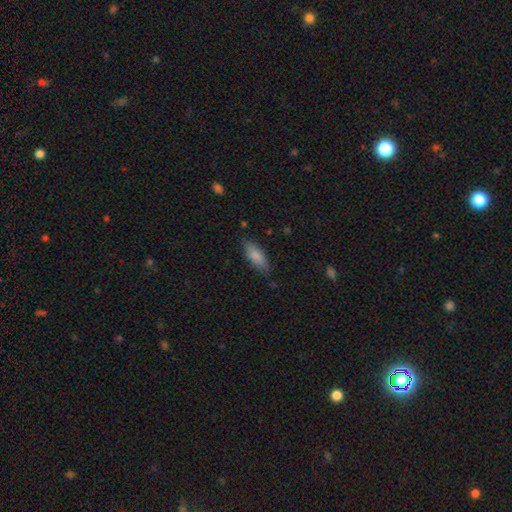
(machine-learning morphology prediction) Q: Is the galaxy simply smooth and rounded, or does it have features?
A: smooth — 85%.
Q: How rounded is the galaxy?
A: in between — 75%.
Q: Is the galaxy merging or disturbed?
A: none — 77%.